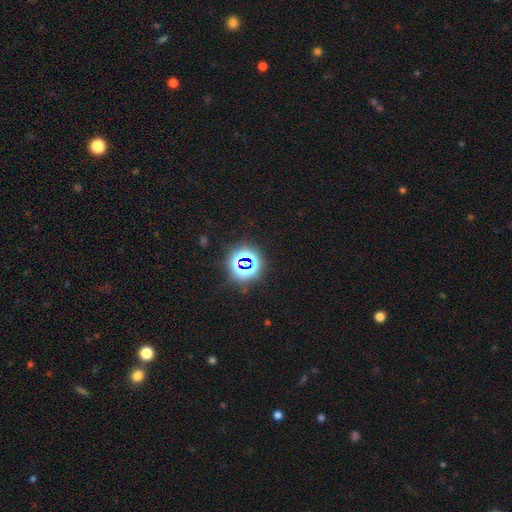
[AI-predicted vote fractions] The model was most divided on "smooth or featured": star or artifact: 80%, smooth: 13%, featured or disk: 7%.